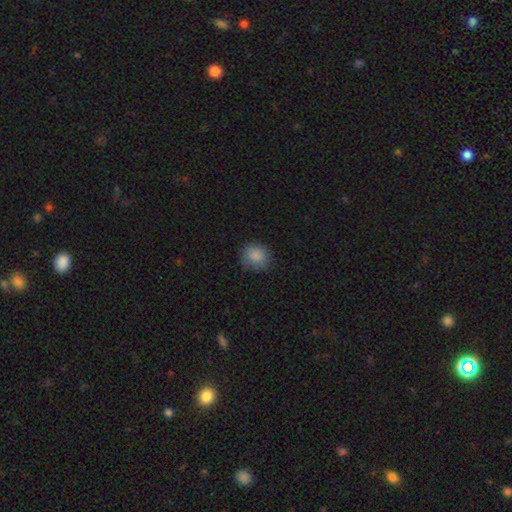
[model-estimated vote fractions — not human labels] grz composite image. It shows a smooth galaxy with no disk features (86%) that is round (77%). Merging: none (78%).